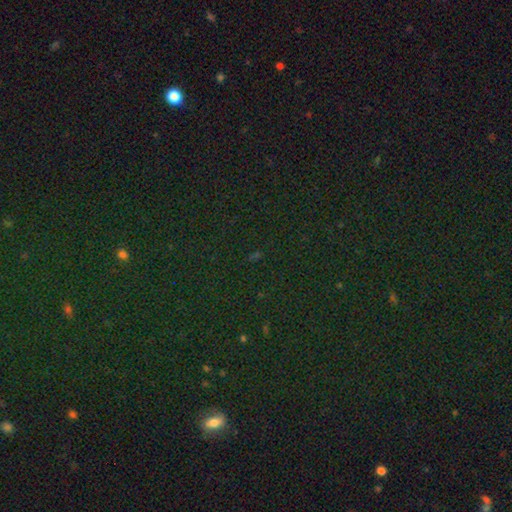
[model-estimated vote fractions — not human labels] Smooth or featured? Predicted: star or artifact (p=0.76).